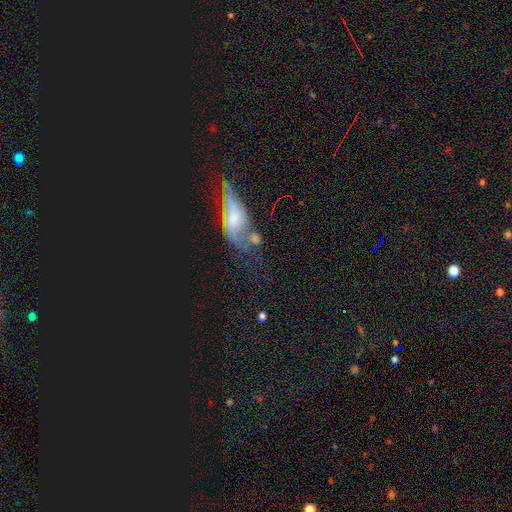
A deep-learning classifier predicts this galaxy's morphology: A featured or disk galaxy (40%). Merging: none (42%).